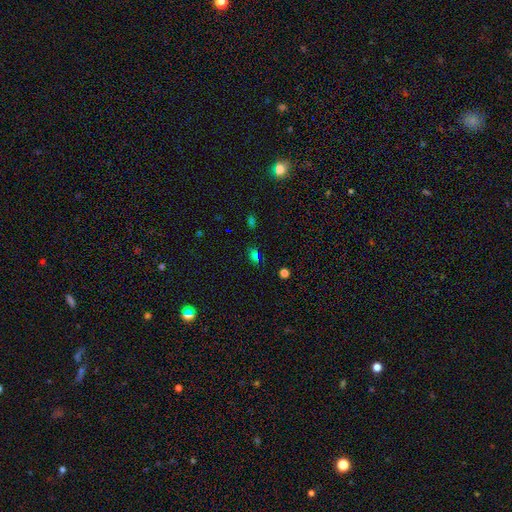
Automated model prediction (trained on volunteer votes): This appears to be a smooth galaxy with no disk features (61%) that is in between round and cigar-shaped (79%). Merging: none (77%).